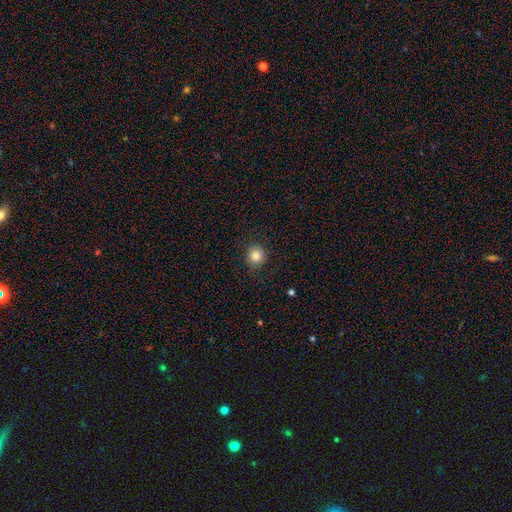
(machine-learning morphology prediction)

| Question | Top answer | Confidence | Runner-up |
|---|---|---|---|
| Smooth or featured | smooth | 85% | star or artifact (10%) |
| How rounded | round | 89% | in between (10%) |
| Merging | none | 88% | minor disturbance (8%) |